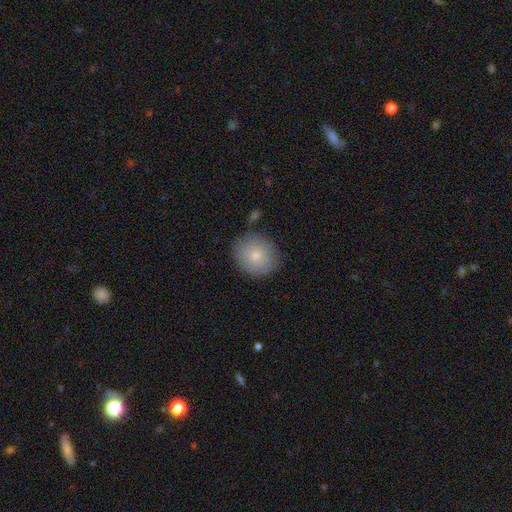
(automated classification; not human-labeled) Smooth or featured? Predicted: smooth (p=0.80). How rounded? Predicted: round (p=0.78). Merging? Predicted: none (p=0.82).